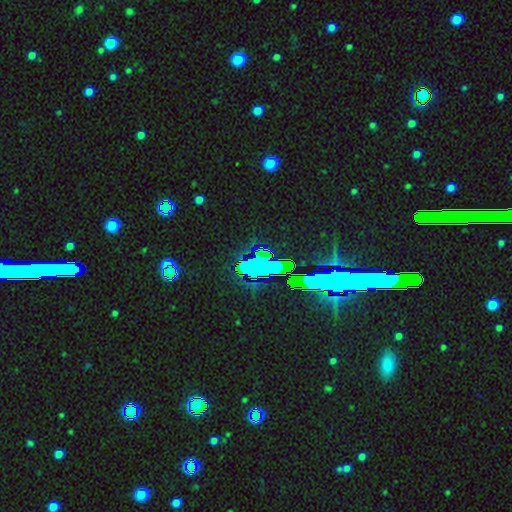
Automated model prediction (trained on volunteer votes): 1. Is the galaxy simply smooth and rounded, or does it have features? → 81% star or artifact, 10% smooth, 9% featured or disk.